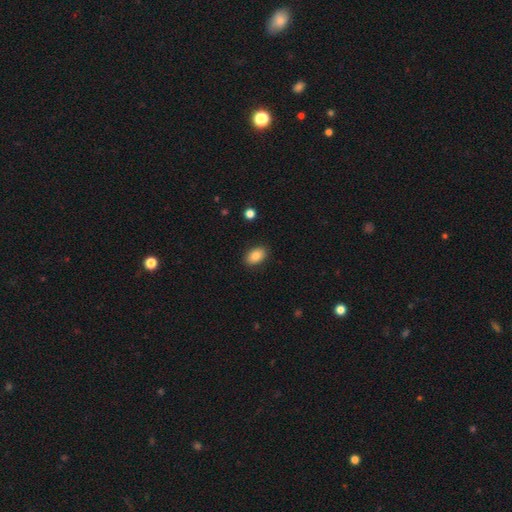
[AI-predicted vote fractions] smooth_or_featured: smooth (p=0.85) [alt: star or artifact p=0.08]
how_rounded: in between (p=0.89) [alt: round p=0.10]
merging: none (p=0.88) [alt: minor disturbance p=0.08]